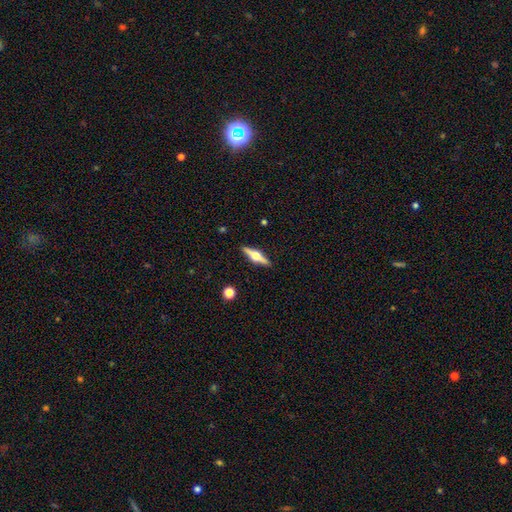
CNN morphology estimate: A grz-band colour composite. It shows a featured or disk galaxy (72%) viewed edge-on (97%) with a rounded central bulge (96%). Merging: none (91%).